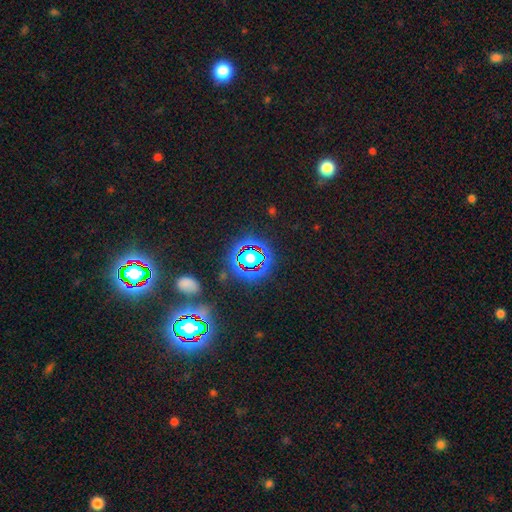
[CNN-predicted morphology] Overall: star or artifact (80%).